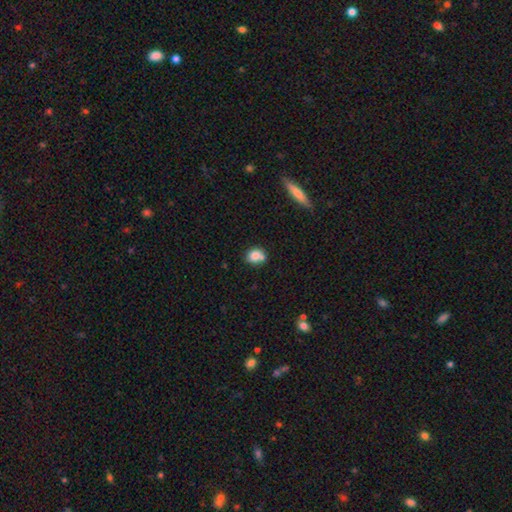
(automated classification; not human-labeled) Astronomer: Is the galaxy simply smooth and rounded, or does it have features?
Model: smooth — 80%.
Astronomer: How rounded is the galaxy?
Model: round — 60% (runner-up: in between, 38%).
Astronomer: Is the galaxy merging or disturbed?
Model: none — 56%.